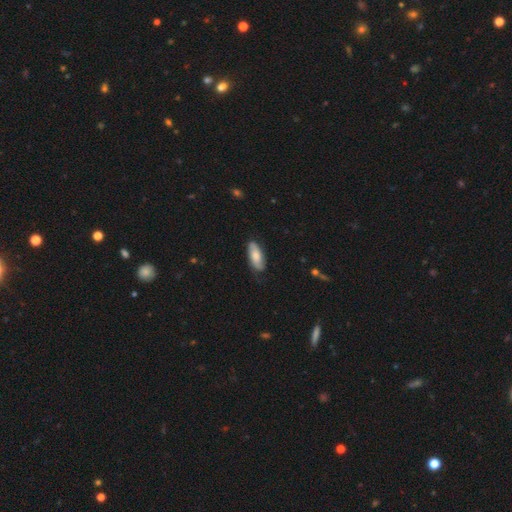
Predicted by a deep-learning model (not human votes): Morphology: type=smooth (63%); roundness=in between (77%); merging=none (73%).